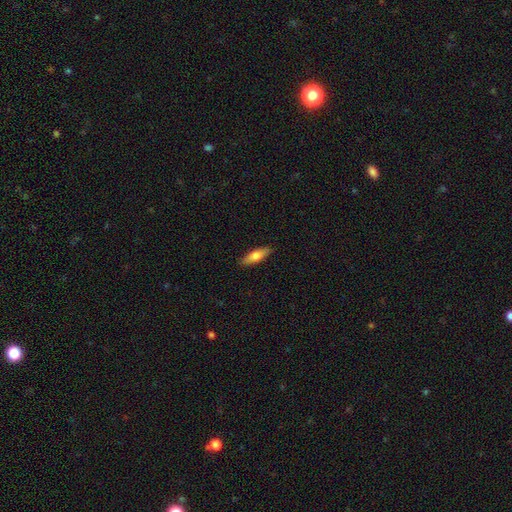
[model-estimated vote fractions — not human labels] Morphology: type=smooth (71%); roundness=cigar-shaped (51%); merging=none (89%).